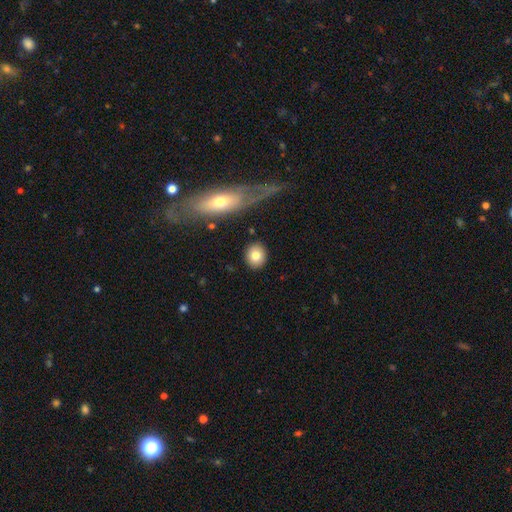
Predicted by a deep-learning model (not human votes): Smooth or featured: smooth — 81% (featured or disk — 12%)
How rounded: round — 74% (in between — 24%)
Merging: none — 88% (minor disturbance — 7%)